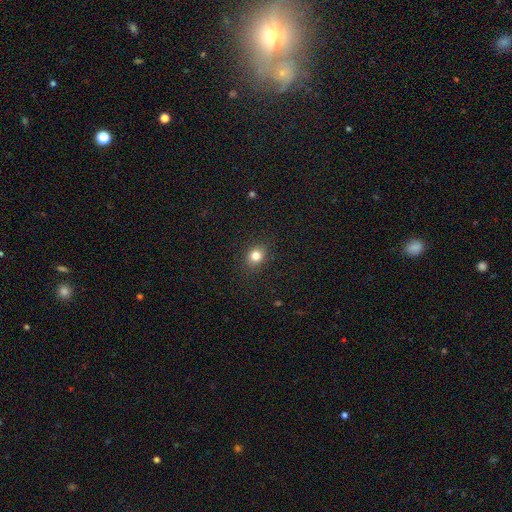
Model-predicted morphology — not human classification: This is clearly a smooth galaxy (82%). How rounded: likely round (66%). Merging: clearly none (89%).